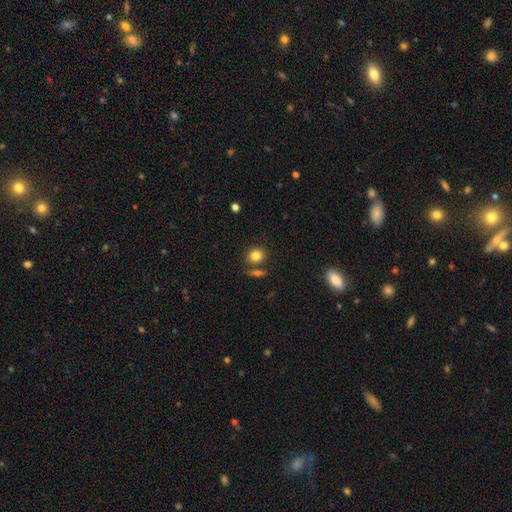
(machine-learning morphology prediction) Smooth or featured?
  - smooth: 81% *
  - star or artifact: 10%
  - featured or disk: 8%
How rounded?
  - round: 67% *
  - in between: 31%
  - cigar-shaped: 1%
Merging?
  - none: 71% *
  - merger: 15%
  - minor disturbance: 11%
  - major disturbance: 3%